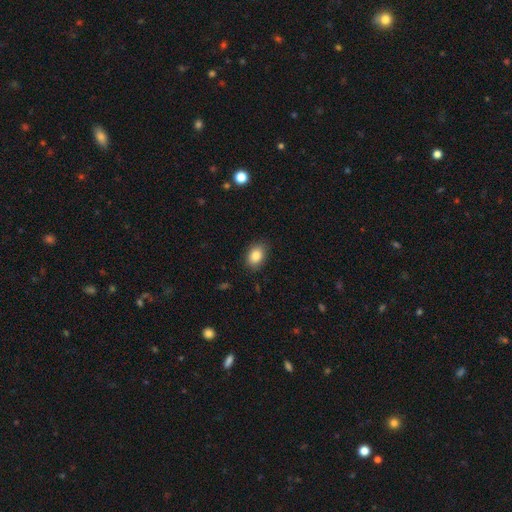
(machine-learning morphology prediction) Q: Smooth or featured?
A: smooth (86%); runner-up: star or artifact (8%)
Q: How rounded?
A: in between (80%); runner-up: round (19%)
Q: Merging?
A: none (84%); runner-up: minor disturbance (12%)